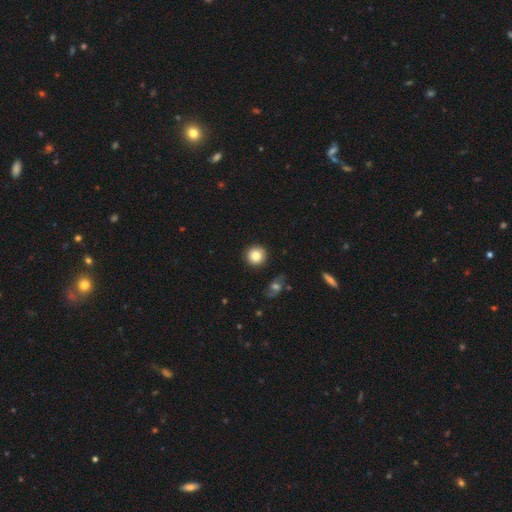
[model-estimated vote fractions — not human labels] Morphology: type=smooth (83%); roundness=round (94%); merging=none (90%).